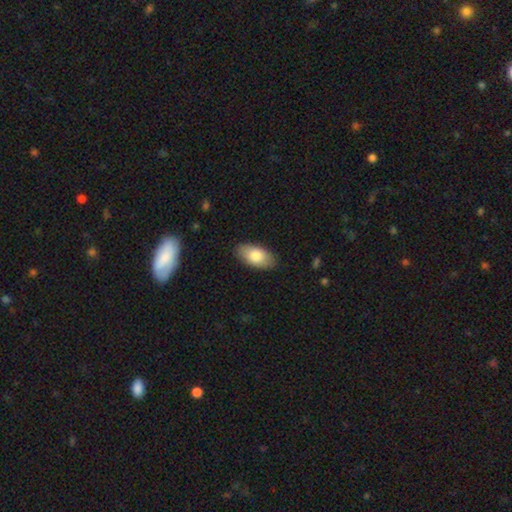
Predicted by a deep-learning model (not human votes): Q: Smooth or featured?
A: smooth (80%); runner-up: featured or disk (14%)
Q: How rounded?
A: in between (93%); runner-up: cigar-shaped (4%)
Q: Merging?
A: none (86%); runner-up: minor disturbance (10%)